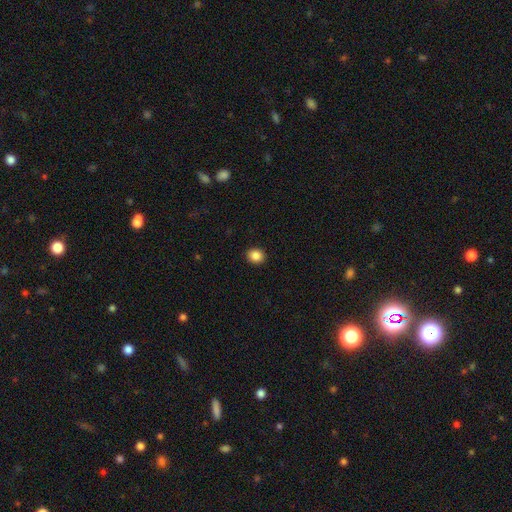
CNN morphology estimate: Overall: smooth (87%). How rounded: round (75%). Merging: none (92%).